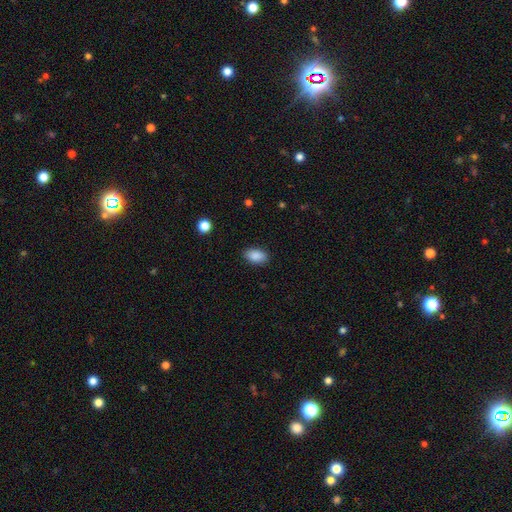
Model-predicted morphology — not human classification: The model was most divided on "merging": none: 87%, minor disturbance: 9%, major disturbance: 2%, merger: 1%. More confident: how rounded — in between (92%); smooth or featured — smooth (89%).